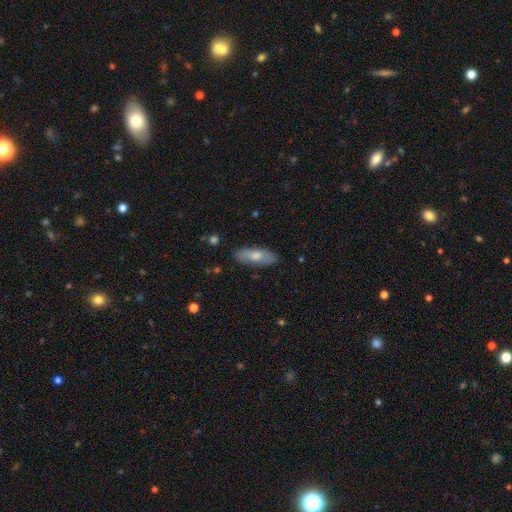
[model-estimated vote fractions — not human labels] The model was most divided on "how rounded": in between: 65%, cigar-shaped: 33%, round: 2%. More confident: merging — none (85%); smooth or featured — smooth (72%).